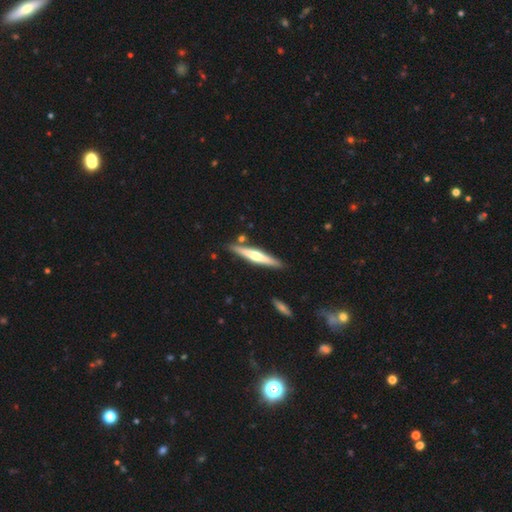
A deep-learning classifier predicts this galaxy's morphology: Smooth or featured? Predicted: featured or disk (p=0.58). Edge-on disk? Predicted: yes (p=0.97). Edge-on bulge? Predicted: rounded (p=0.86). Merging? Predicted: none (p=0.86).